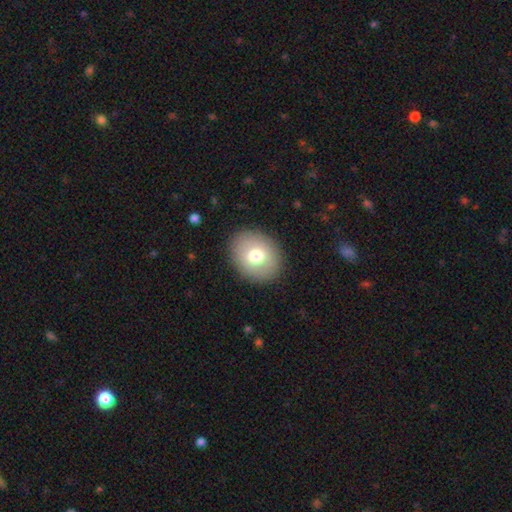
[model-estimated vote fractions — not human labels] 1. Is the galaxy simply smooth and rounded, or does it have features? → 74% smooth, 18% featured or disk, 8% star or artifact.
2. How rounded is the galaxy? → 51% round, 48% in between, 1% cigar-shaped.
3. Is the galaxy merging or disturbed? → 88% none, 8% minor disturbance, 3% major disturbance, 1% merger.